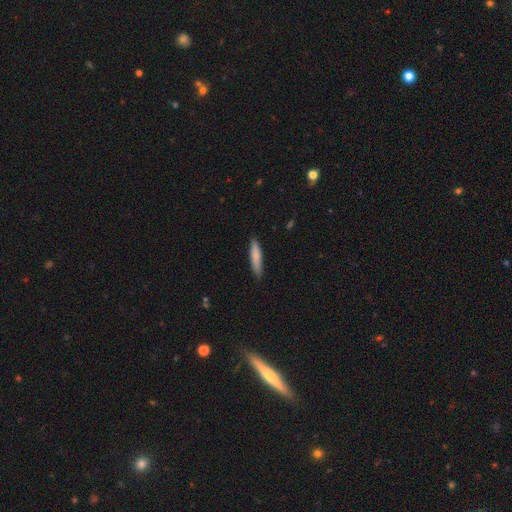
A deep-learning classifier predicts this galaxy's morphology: type=smooth (82%); roundness=cigar-shaped (86%); merging=none (86%).